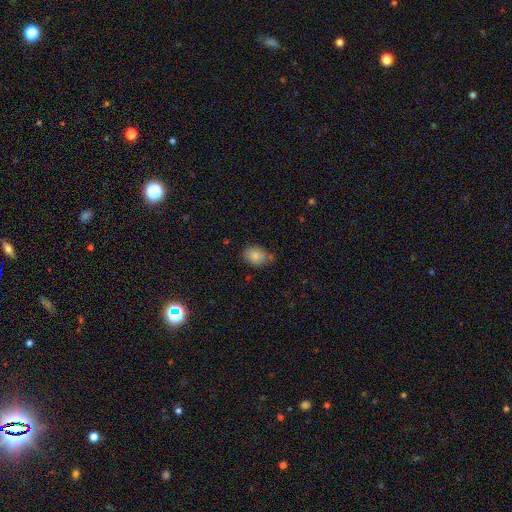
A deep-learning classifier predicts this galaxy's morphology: Smooth or featured: smooth — 84% (star or artifact — 9%)
How rounded: in between — 69% (round — 30%)
Merging: none — 65% (minor disturbance — 23%)